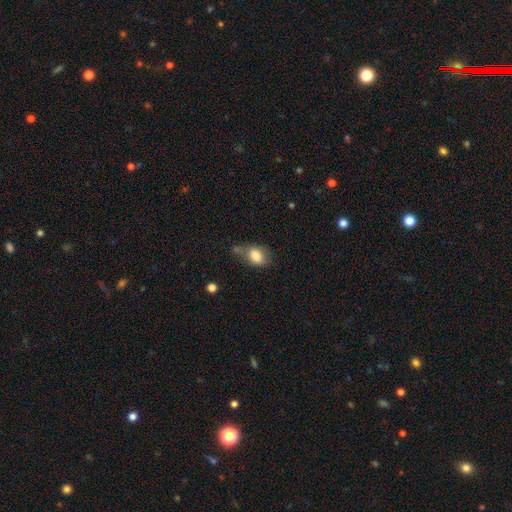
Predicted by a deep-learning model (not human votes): Overall: smooth (79%). How rounded: in between (81%). Merging: none (41%; minor disturbance 29%).